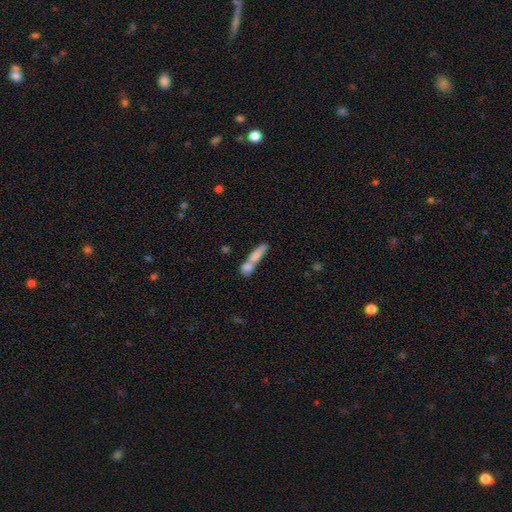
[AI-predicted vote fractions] Smooth or featured: smooth — 73% (featured or disk — 19%)
How rounded: cigar-shaped — 70% (in between — 25%)
Merging: merger — 53% (none — 33%)